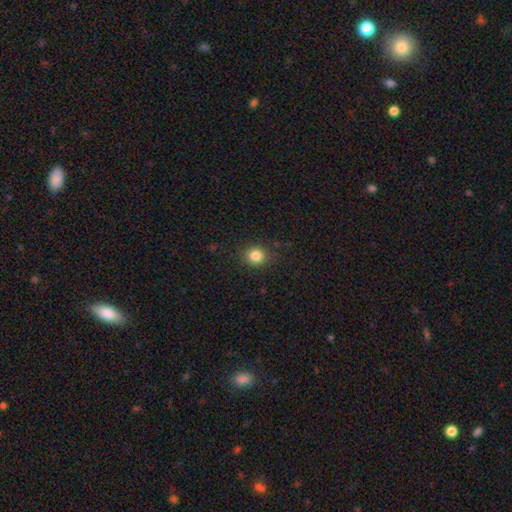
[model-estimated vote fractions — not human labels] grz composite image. It shows a smooth galaxy with no disk features (83%) that is round (73%). Merging: none (87%).